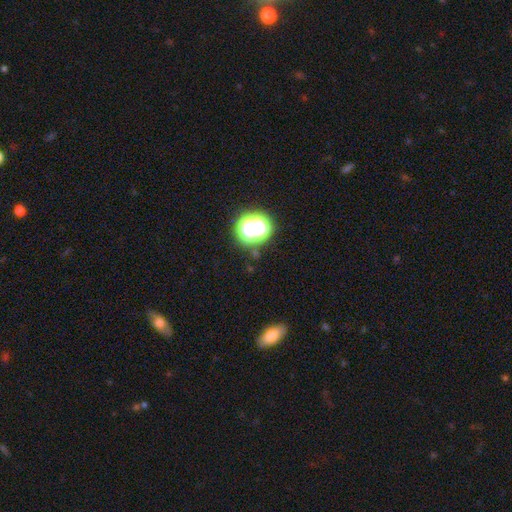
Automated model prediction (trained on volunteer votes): A star or artifact, not a galaxy (55%).

Vote fractions:
- Smooth or featured? star or artifact: 55% / smooth: 35% / featured or disk: 10%